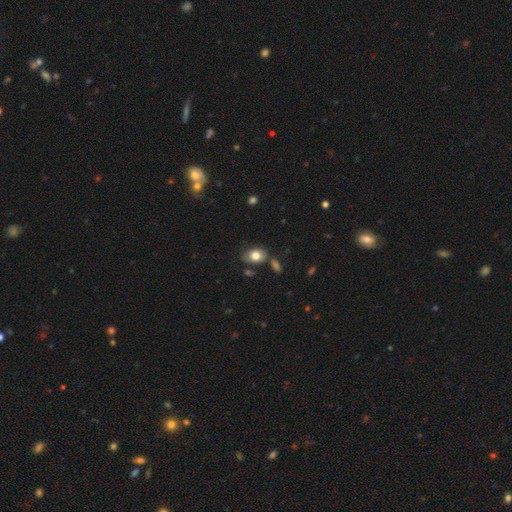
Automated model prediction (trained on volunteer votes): Morphology: type=smooth (81%); roundness=in between (76%); merging=none (71%).